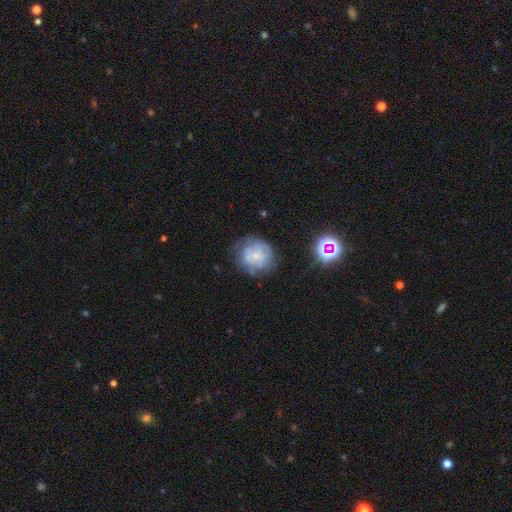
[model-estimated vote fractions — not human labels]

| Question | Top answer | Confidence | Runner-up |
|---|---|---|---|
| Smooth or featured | featured or disk | 46% | smooth (43%) |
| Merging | none | 59% | minor disturbance (24%) |